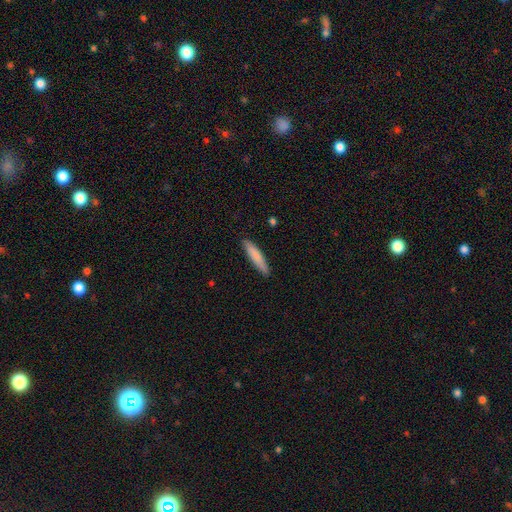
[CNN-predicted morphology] Overall: smooth (82%). How rounded: cigar-shaped (88%). Merging: none (89%).